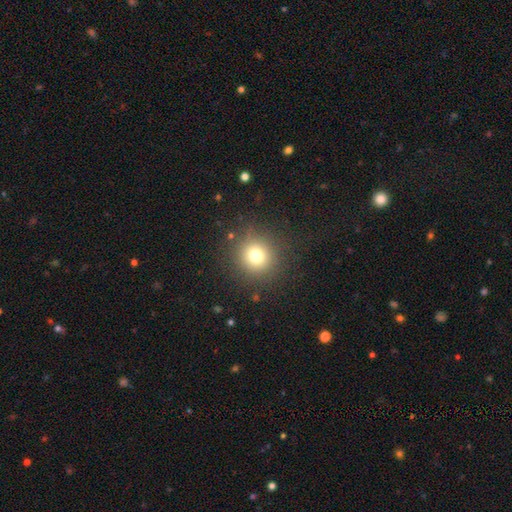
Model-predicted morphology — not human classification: type=smooth (74%); roundness=round (94%); merging=none (87%).